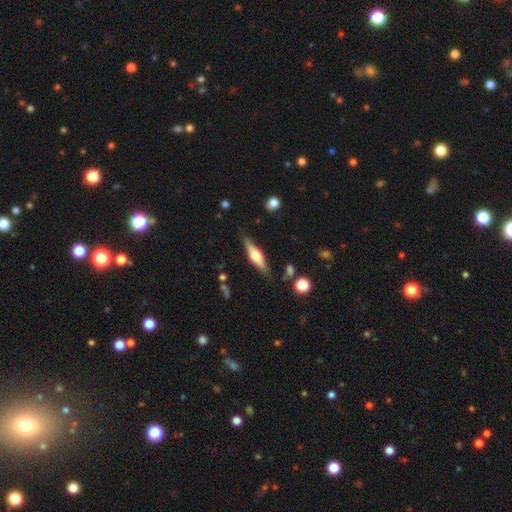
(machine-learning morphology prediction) Smooth or featured?
  - featured or disk: 60% *
  - smooth: 34%
  - star or artifact: 6%
Edge-on disk?
  - yes: 94% *
  - no: 6%
Edge-on bulge?
  - rounded: 92% *
  - boxy: 6%
  - none: 2%
Merging?
  - none: 83% *
  - minor disturbance: 12%
  - major disturbance: 3%
  - merger: 3%